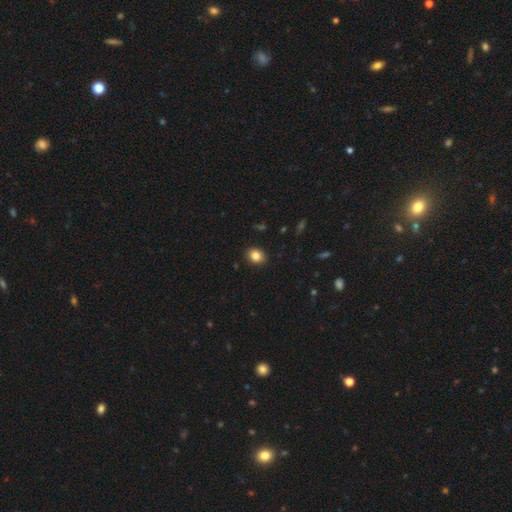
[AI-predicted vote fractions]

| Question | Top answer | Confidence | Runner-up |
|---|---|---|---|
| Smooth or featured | smooth | 85% | star or artifact (10%) |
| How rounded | round | 52% | in between (47%) |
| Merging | none | 89% | minor disturbance (8%) |